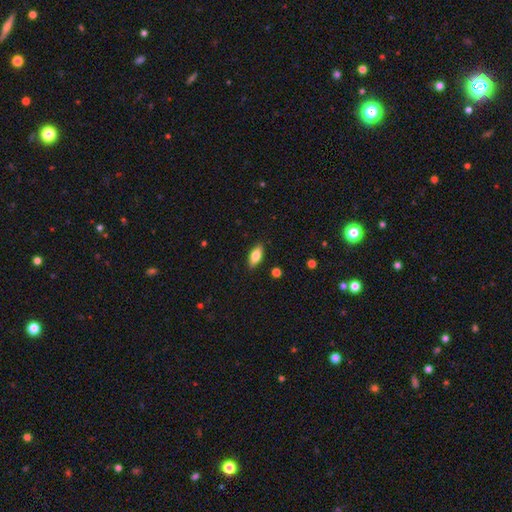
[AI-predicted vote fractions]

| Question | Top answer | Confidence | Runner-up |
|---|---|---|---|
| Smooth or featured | smooth | 72% | featured or disk (21%) |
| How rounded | in between | 82% | cigar-shaped (15%) |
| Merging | none | 88% | minor disturbance (9%) |